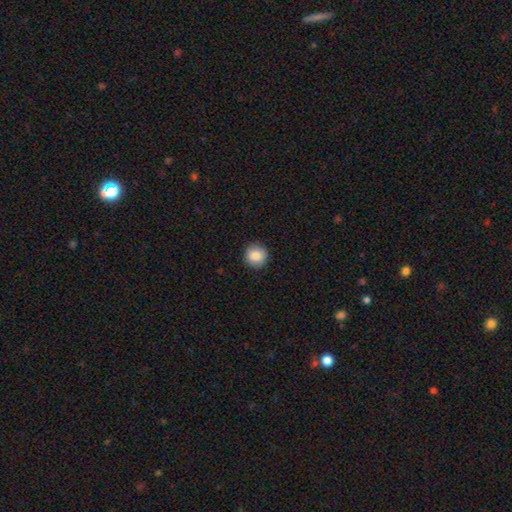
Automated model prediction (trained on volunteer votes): smooth_or_featured: smooth (p=0.87) [alt: star or artifact p=0.08]
how_rounded: round (p=0.94) [alt: in between p=0.05]
merging: none (p=0.92) [alt: minor disturbance p=0.06]